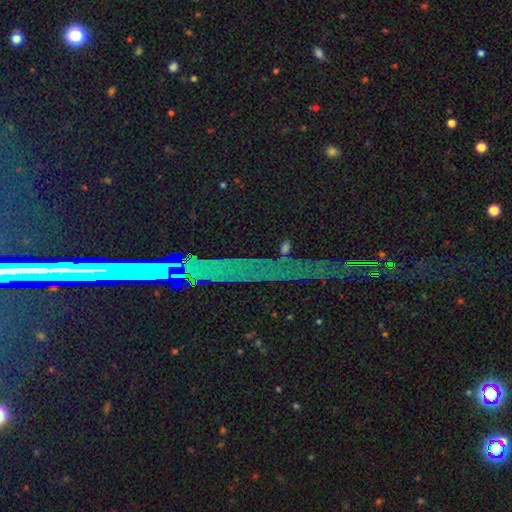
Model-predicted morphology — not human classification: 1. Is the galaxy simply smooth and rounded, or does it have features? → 81% star or artifact, 11% featured or disk, 9% smooth.